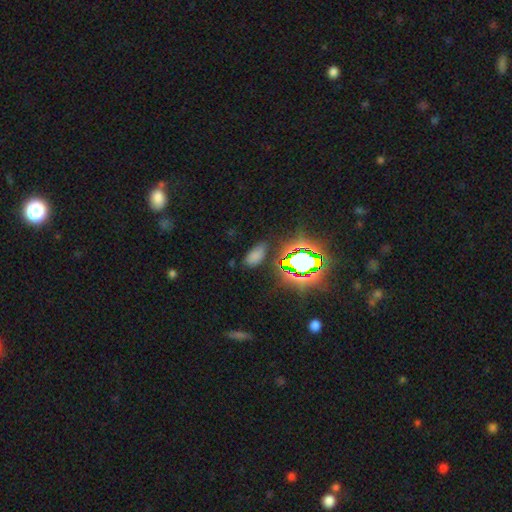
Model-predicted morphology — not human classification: Smooth or featured: smooth — 59% (star or artifact — 32%)
How rounded: in between — 89% (round — 6%)
Merging: none — 73% (minor disturbance — 17%)